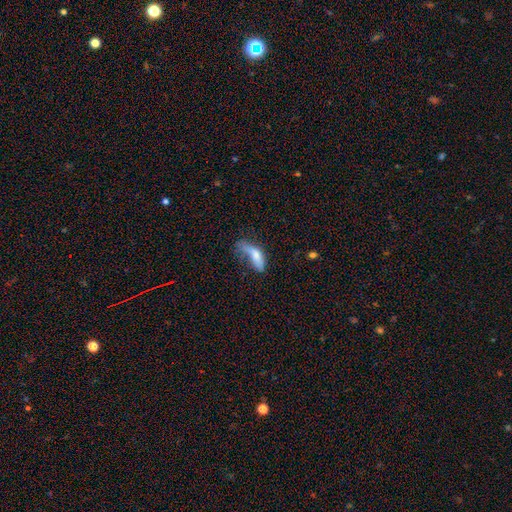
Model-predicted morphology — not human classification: Smooth or featured: smooth — 66% (featured or disk — 25%)
How rounded: in between — 64% (cigar-shaped — 33%)
Merging: major disturbance — 47% (minor disturbance — 24%)